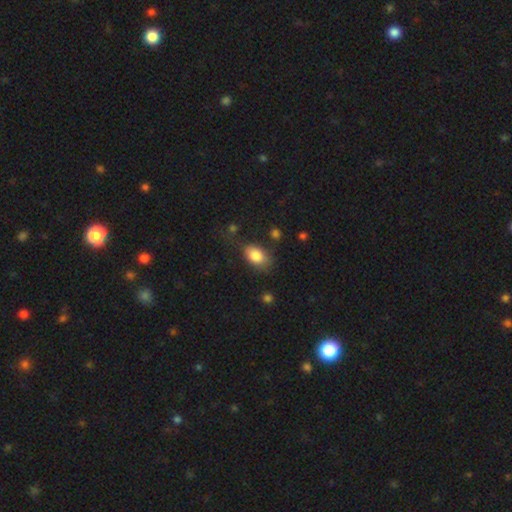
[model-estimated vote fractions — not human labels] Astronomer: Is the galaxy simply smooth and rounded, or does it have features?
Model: smooth — 84%.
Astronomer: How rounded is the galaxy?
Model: in between — 86%.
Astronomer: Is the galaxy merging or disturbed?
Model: none — 63%.